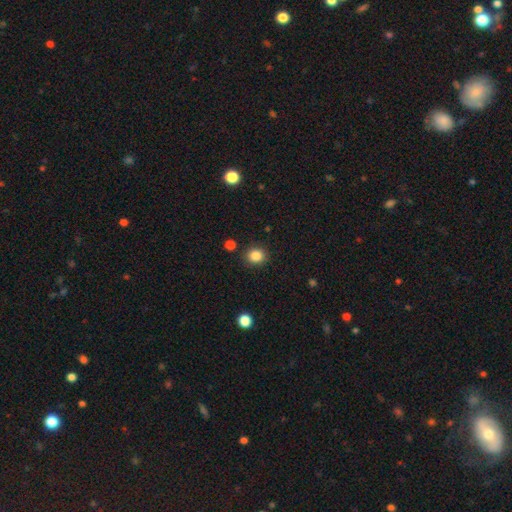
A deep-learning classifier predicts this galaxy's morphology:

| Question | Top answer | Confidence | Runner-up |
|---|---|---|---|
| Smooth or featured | smooth | 85% | star or artifact (11%) |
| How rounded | round | 82% | in between (17%) |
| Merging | none | 88% | minor disturbance (7%) |